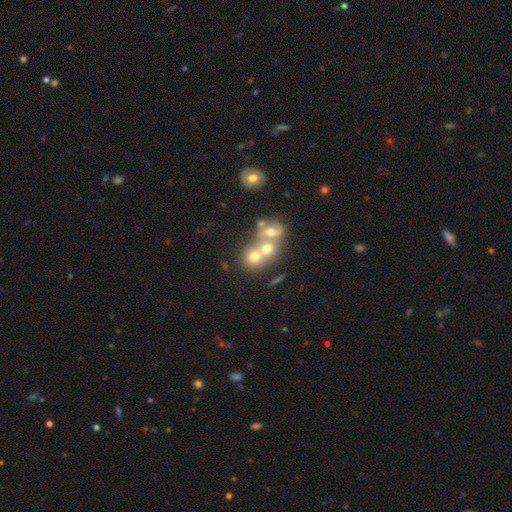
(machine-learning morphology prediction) A smooth galaxy with no disk features (51%) that is round (70%).

Vote fractions:
- Smooth or featured? smooth: 51% / featured or disk: 30% / star or artifact: 20%
- How rounded? round: 70% / in between: 28% / cigar-shaped: 1%
- Merging? merger: 60% / none: 28% / minor disturbance: 7% / major disturbance: 5%